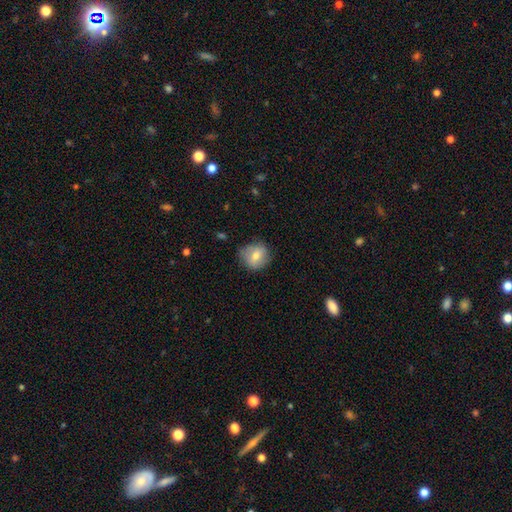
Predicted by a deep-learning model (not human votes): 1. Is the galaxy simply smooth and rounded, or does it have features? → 71% smooth, 21% featured or disk, 8% star or artifact.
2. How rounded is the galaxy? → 84% round, 15% in between, 1% cigar-shaped.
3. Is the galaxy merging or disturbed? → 75% none, 19% minor disturbance, 4% major disturbance, 1% merger.